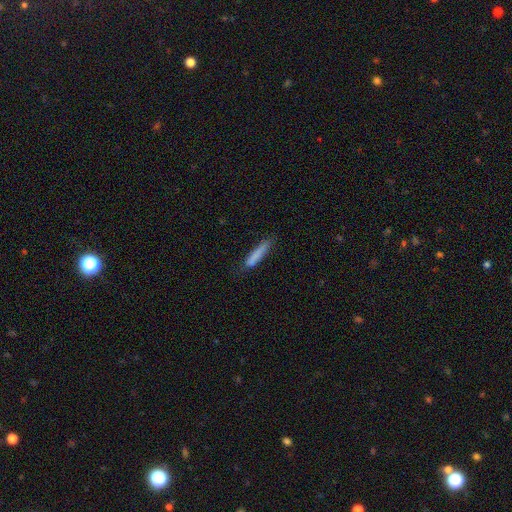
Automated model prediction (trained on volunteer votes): Overall: smooth (81%). How rounded: cigar-shaped (91%). Merging: none (75%).